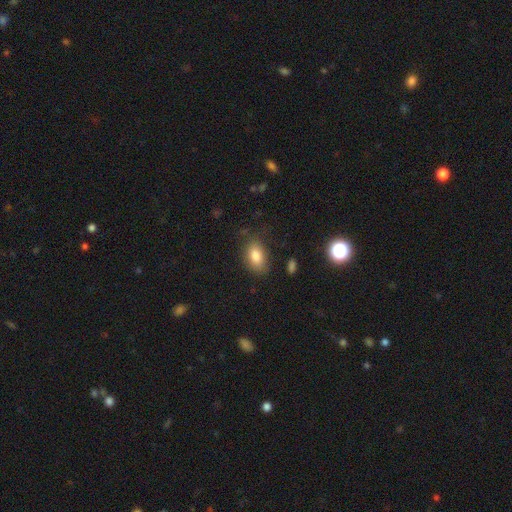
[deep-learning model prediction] Smooth or featured? smooth (83%)
How rounded? in between (88%)
Merging? none (76%)